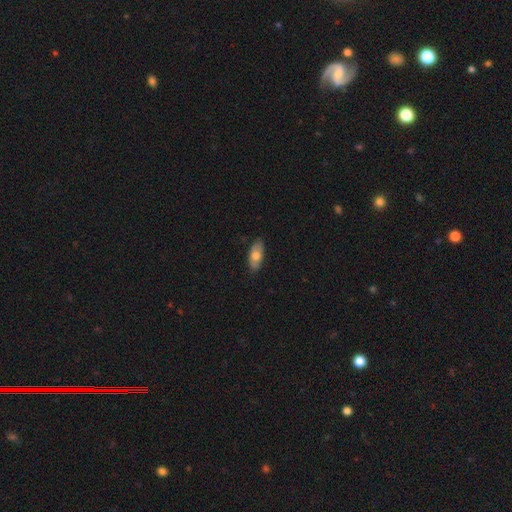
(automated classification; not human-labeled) A smooth galaxy with no disk features (69%) that is in between round and cigar-shaped (87%). Merging: none (84%).